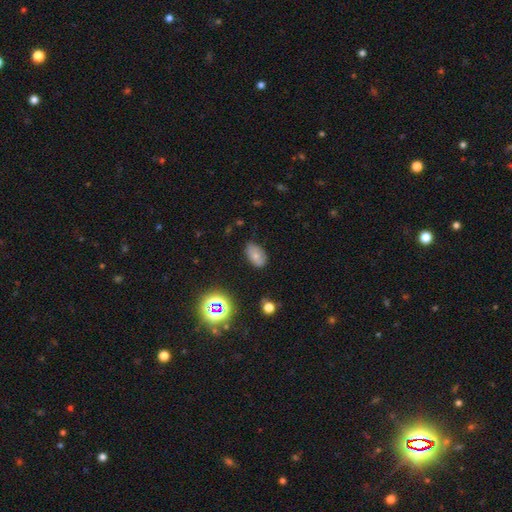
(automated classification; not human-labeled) This is likely a smooth galaxy (65%). How rounded: clearly in between (89%). Merging: likely none (75%).